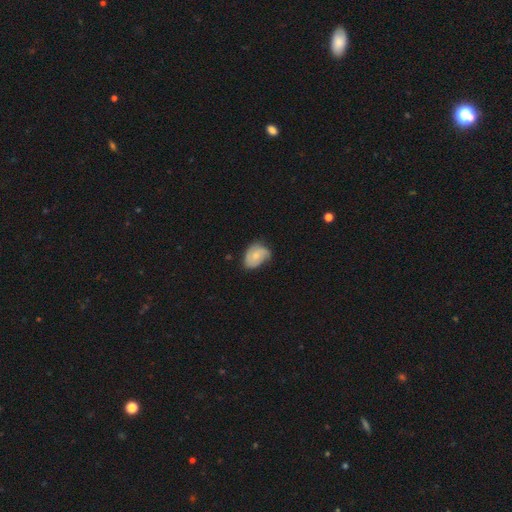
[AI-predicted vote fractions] Overall: smooth (49%; featured or disk 44%). Merging: none (49%; minor disturbance 37%).